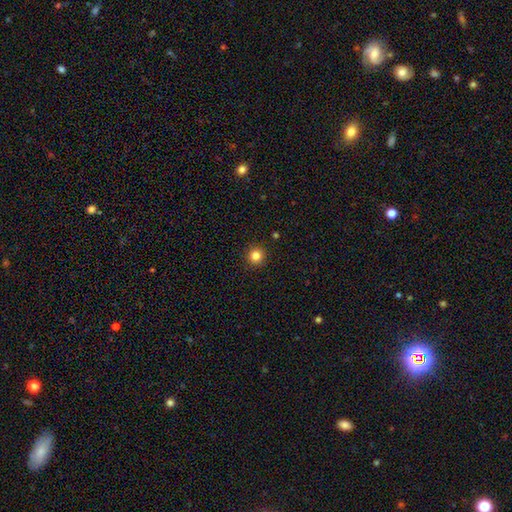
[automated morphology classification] Smooth or featured?
  - smooth: 83% *
  - star or artifact: 12%
  - featured or disk: 5%
How rounded?
  - round: 95% *
  - in between: 4%
  - cigar-shaped: 1%
Merging?
  - none: 92% *
  - minor disturbance: 5%
  - major disturbance: 2%
  - merger: 1%